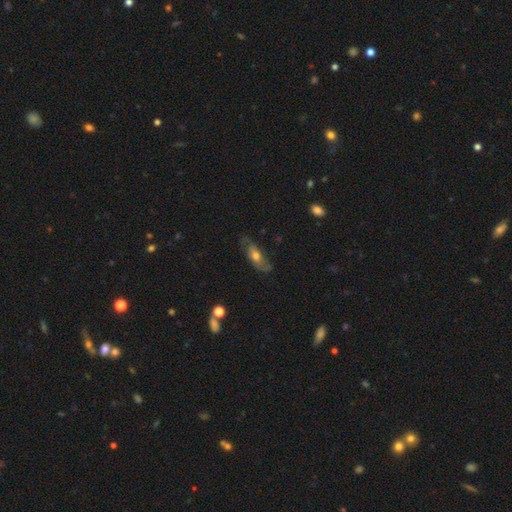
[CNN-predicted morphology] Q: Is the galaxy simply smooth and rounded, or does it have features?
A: featured or disk — 60%.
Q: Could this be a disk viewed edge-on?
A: no — 79%.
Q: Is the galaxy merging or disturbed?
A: none — 68%.